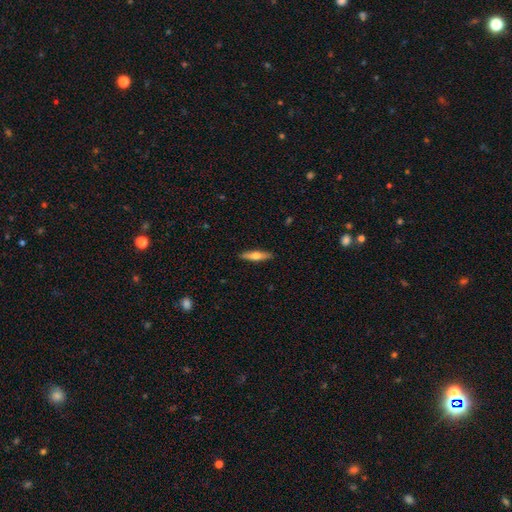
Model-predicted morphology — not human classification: Smooth or featured: smooth — 53% (featured or disk — 41%)
How rounded: cigar-shaped — 75% (in between — 22%)
Merging: none — 90% (minor disturbance — 7%)